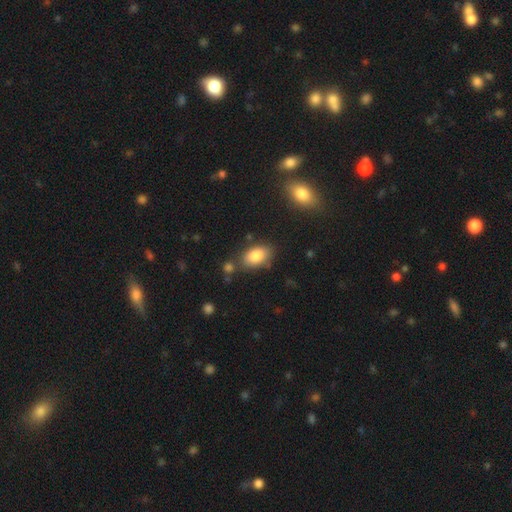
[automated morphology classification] smooth_or_featured: smooth (p=0.85) [alt: featured or disk p=0.08]
how_rounded: in between (p=0.91) [alt: round p=0.07]
merging: none (p=0.73) [alt: minor disturbance p=0.15]